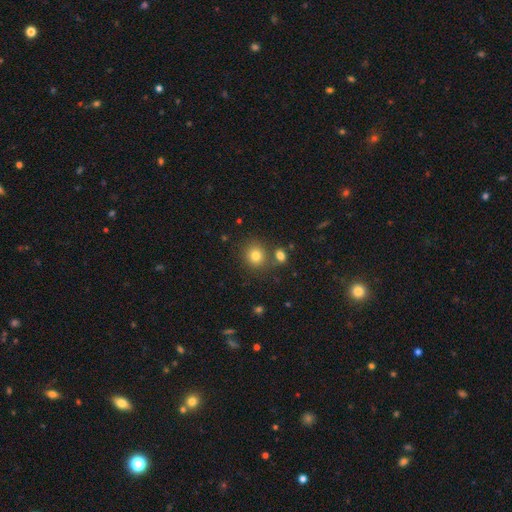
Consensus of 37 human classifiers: Q: Smooth or featured?
A: smooth (81%); runner-up: featured or disk (14%)
Q: How rounded?
A: round (90%); runner-up: in between (10%)
Q: Merging?
A: none (66%); runner-up: merger (20%)